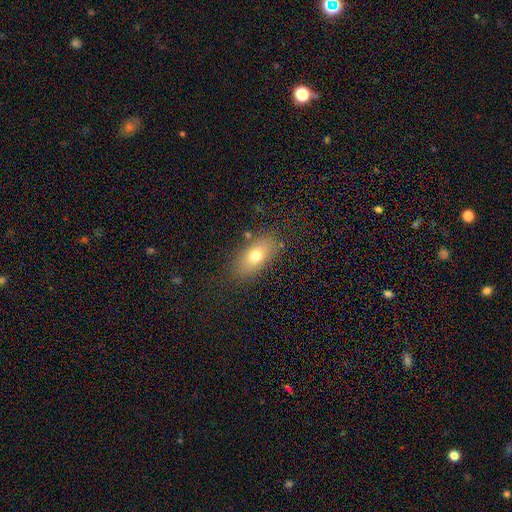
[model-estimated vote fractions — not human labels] This is likely a smooth galaxy (72%). How rounded: clearly in between (84%). Merging: clearly none (80%).